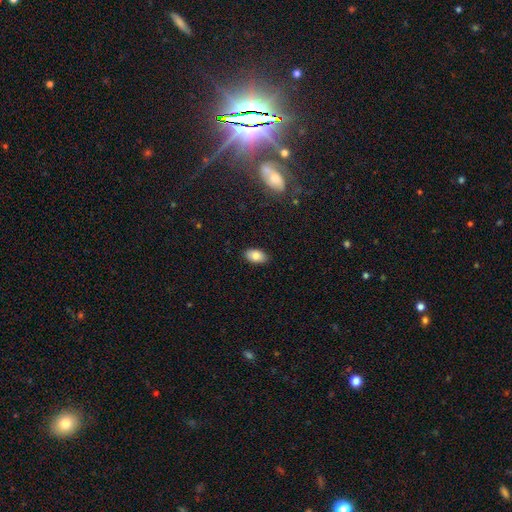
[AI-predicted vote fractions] A smooth galaxy with no disk features (85%) that is in between round and cigar-shaped (93%). Merging: none (88%).